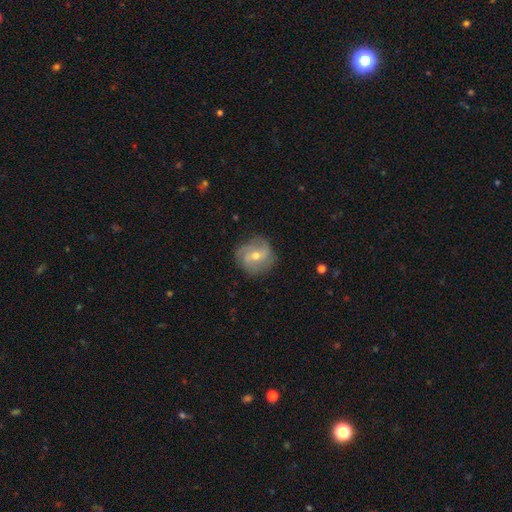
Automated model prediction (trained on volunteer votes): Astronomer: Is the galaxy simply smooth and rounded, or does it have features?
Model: featured or disk — 72%.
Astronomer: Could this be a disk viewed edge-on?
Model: no — 96%.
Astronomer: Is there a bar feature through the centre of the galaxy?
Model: weak — 43% (runner-up: no, 38%).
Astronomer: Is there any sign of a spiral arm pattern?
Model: yes — 88%.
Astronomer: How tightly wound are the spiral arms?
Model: medium — 42% (runner-up: loose, 30%).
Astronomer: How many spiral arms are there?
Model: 2 — 35% (runner-up: 3, 27%).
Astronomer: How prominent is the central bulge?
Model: moderate — 56% (runner-up: small, 40%).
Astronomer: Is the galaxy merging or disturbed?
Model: none — 80%.